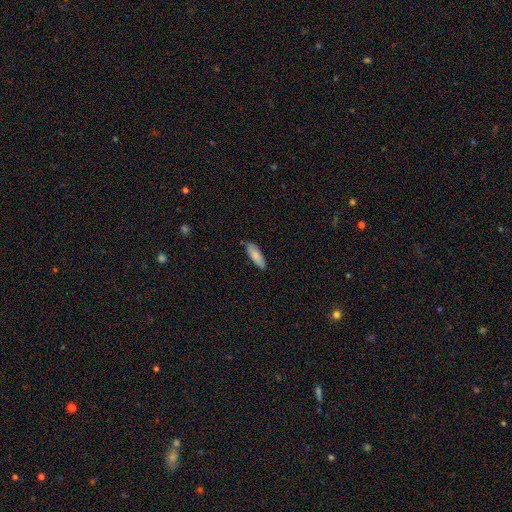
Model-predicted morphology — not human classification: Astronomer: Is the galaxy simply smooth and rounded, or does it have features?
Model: smooth — 82%.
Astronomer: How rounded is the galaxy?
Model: in between — 56% (runner-up: cigar-shaped, 43%).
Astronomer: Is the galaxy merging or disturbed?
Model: none — 85%.